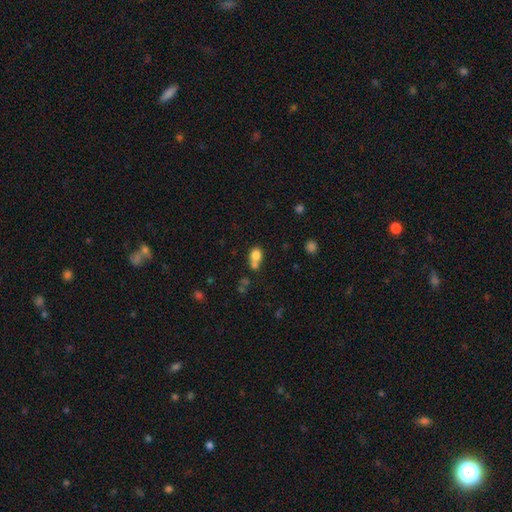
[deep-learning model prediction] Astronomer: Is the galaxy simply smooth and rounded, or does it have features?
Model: smooth — 77%.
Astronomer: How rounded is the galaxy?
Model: round — 55% (runner-up: in between, 44%).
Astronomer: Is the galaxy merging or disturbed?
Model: merger — 52% (runner-up: none, 33%).